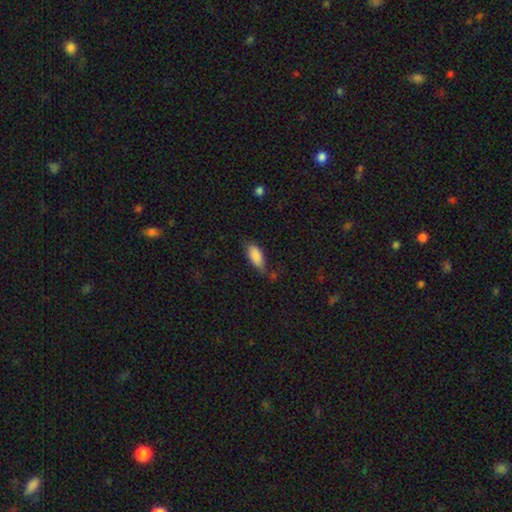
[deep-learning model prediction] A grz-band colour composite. It shows a smooth galaxy with no disk features (87%) that is in between round and cigar-shaped (85%). Merging: none (58%).